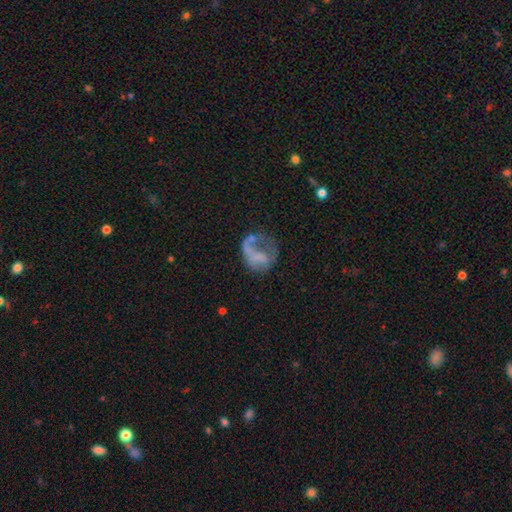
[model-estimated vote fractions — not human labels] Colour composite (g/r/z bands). It shows a featured or disk galaxy (50%). Merging: major disturbance (51%).